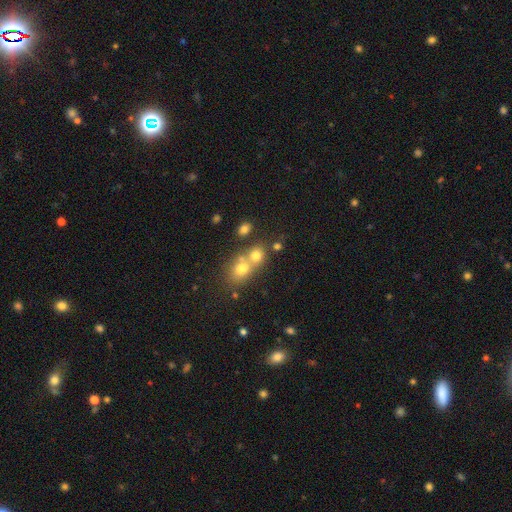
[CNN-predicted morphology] Smooth or featured?
  - smooth: 71% *
  - featured or disk: 15%
  - star or artifact: 14%
How rounded?
  - round: 63% *
  - in between: 35%
  - cigar-shaped: 2%
Merging?
  - merger: 54% *
  - none: 35%
  - minor disturbance: 7%
  - major disturbance: 4%